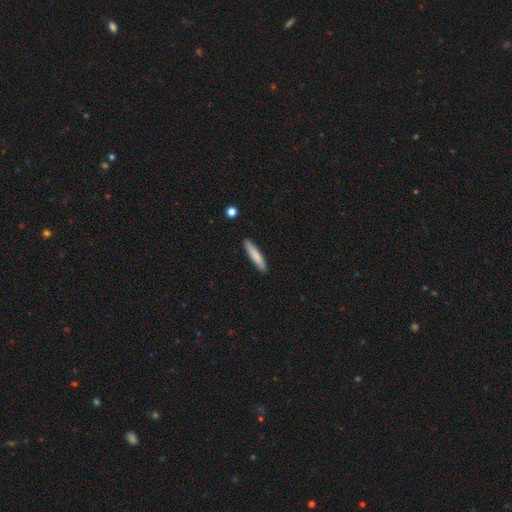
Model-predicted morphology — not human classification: Smooth or featured? Predicted: smooth (p=0.81). How rounded? Predicted: cigar-shaped (p=0.89). Merging? Predicted: none (p=0.88).